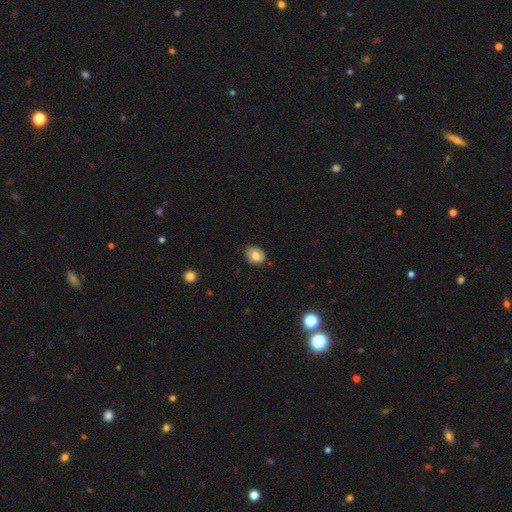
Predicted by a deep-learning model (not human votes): Smooth or featured? smooth (76%)
How rounded? in between (58%)
Merging? none (78%)